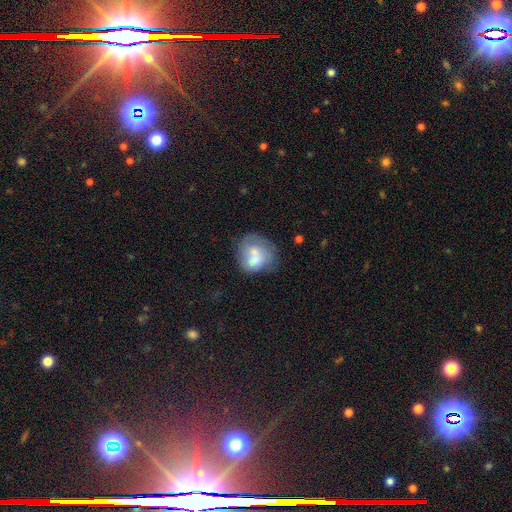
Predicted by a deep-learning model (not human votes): The model was most divided on "merging": merger: 35%, none: 33%, minor disturbance: 19%, major disturbance: 14%. More confident: how rounded — round (65%); smooth or featured — smooth (60%).